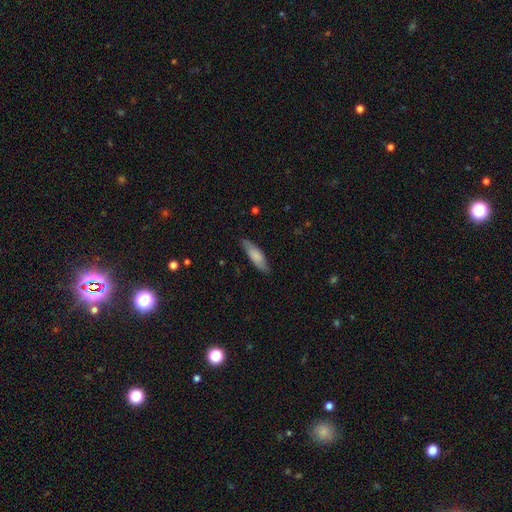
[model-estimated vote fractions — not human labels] The model was most divided on "how rounded": in between: 50%, cigar-shaped: 48%, round: 2%. More confident: merging — none (82%); smooth or featured — smooth (78%).